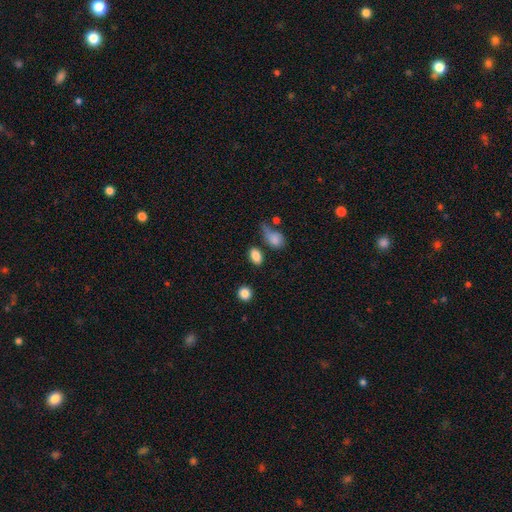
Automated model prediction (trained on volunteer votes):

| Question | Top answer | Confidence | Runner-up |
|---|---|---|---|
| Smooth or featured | smooth | 85% | star or artifact (9%) |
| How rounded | in between | 86% | round (12%) |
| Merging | none | 70% | minor disturbance (15%) |